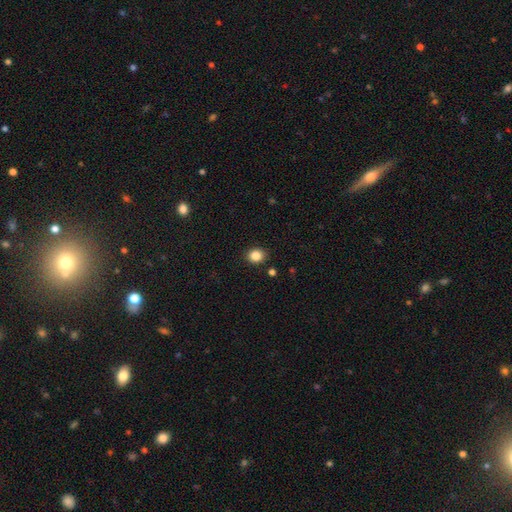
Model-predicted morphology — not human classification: Overall: smooth (85%). How rounded: round (69%; in between 30%). Merging: none (90%).